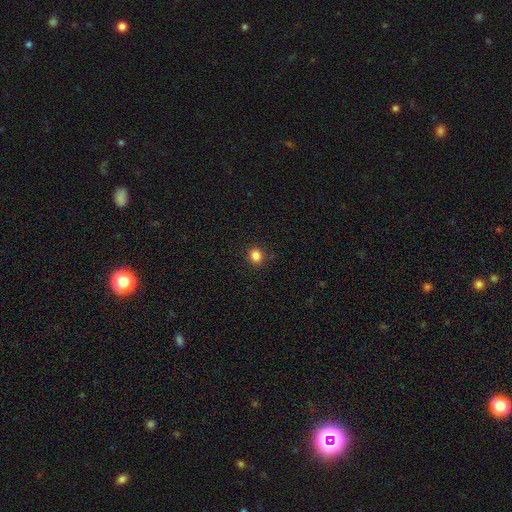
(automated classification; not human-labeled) A smooth galaxy with no disk features (85%) that is round (85%). Merging: none (90%).